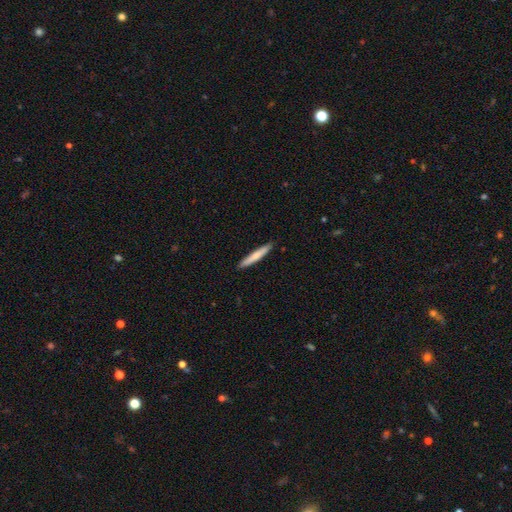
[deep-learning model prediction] The model was most divided on "smooth or featured": smooth: 71%, featured or disk: 24%, star or artifact: 5%. More confident: how rounded — cigar-shaped (95%); merging — none (91%).